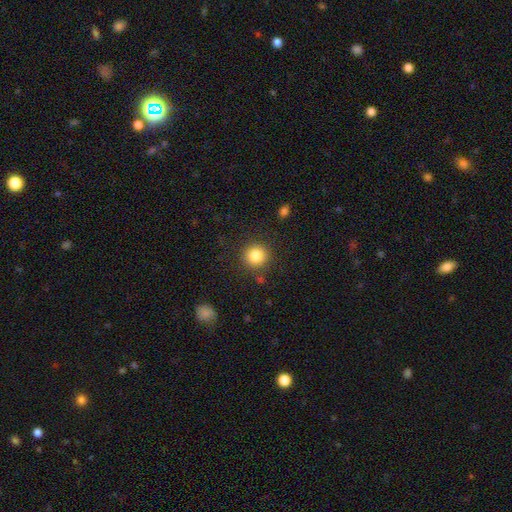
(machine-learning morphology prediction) Q: Smooth or featured?
A: smooth (84%); runner-up: star or artifact (10%)
Q: How rounded?
A: round (94%); runner-up: in between (6%)
Q: Merging?
A: none (88%); runner-up: minor disturbance (7%)